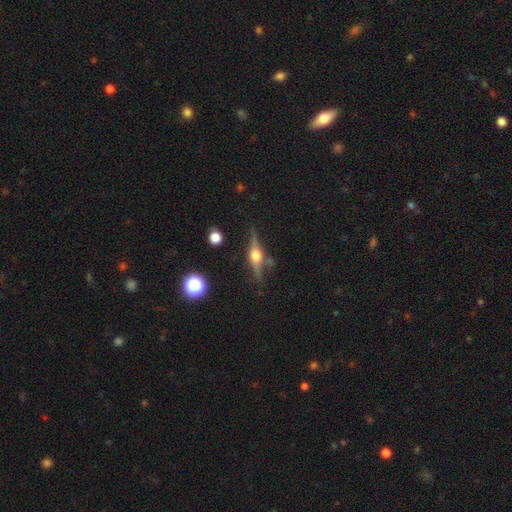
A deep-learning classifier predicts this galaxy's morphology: Overall: featured or disk (79%). Edge-on disk: yes (97%). Edge-on bulge: rounded (93%). Merging: none (83%).